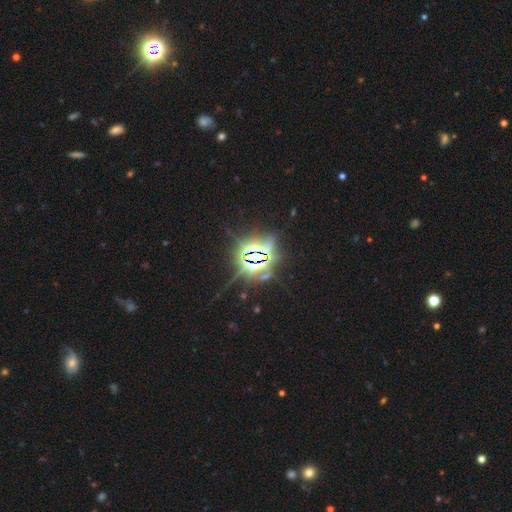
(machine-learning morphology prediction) Smooth or featured?
  - star or artifact: 83% *
  - smooth: 8%
  - featured or disk: 8%